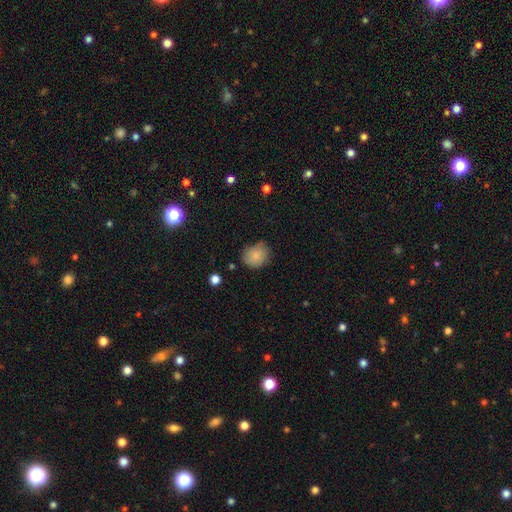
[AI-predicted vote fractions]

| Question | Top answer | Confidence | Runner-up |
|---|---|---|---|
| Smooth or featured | smooth | 83% | featured or disk (9%) |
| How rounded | round | 73% | in between (26%) |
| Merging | none | 66% | minor disturbance (27%) |